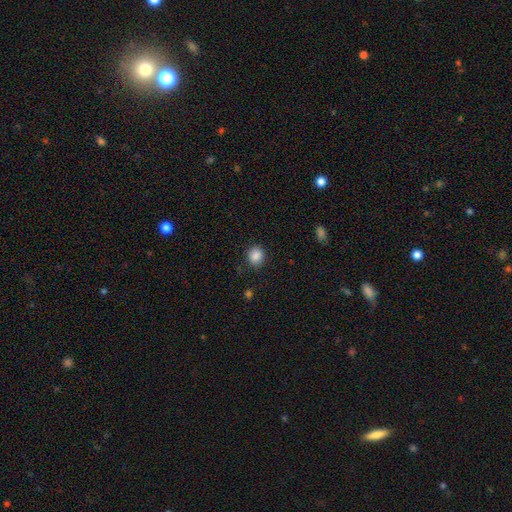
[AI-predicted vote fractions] Q: Smooth or featured?
A: smooth (87%); runner-up: star or artifact (9%)
Q: How rounded?
A: round (78%); runner-up: in between (22%)
Q: Merging?
A: none (87%); runner-up: minor disturbance (9%)